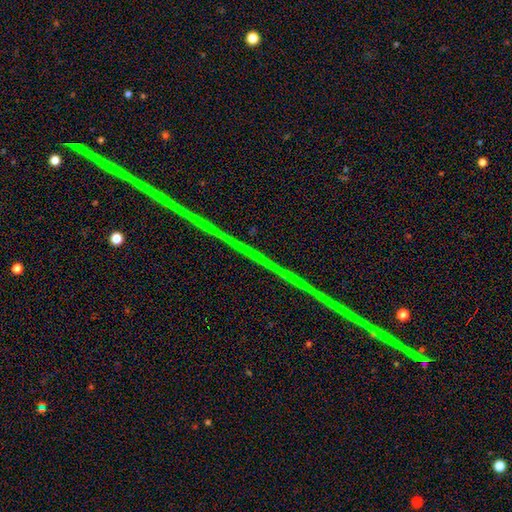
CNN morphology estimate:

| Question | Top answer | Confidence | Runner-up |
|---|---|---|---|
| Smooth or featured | star or artifact | 83% | featured or disk (12%) |